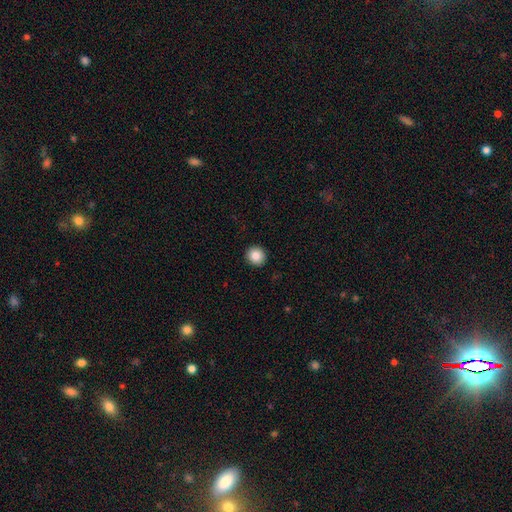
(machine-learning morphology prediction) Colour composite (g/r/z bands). It shows a smooth galaxy with no disk features (86%) that is round (93%). Merging: none (93%).